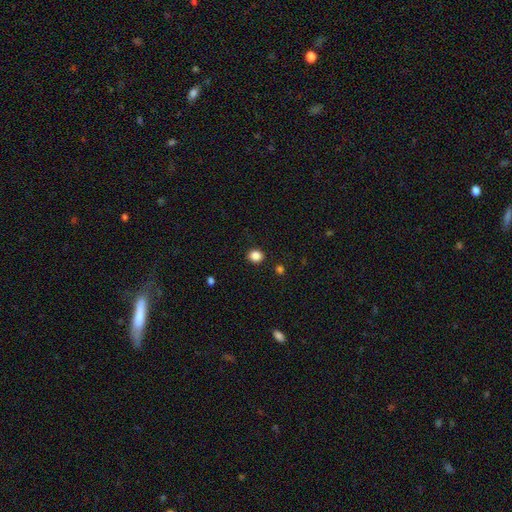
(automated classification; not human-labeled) This appears to be a smooth galaxy with no disk features (86%) that is round (76%). Merging: none (90%).